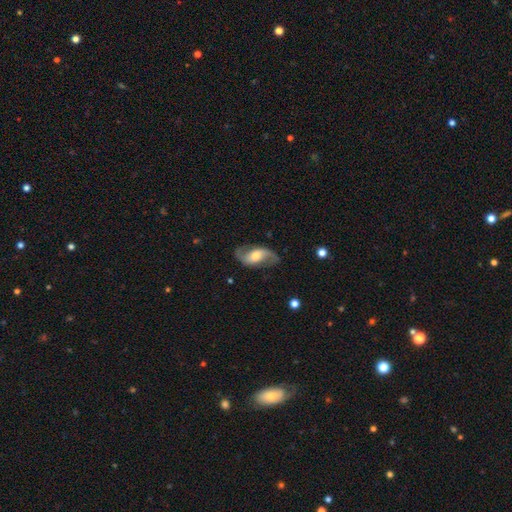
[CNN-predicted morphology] Smooth or featured?
  - featured or disk: 84% *
  - smooth: 11%
  - star or artifact: 5%
Edge-on disk?
  - no: 96% *
  - yes: 4%
Bar?
  - weak: 42% *
  - no: 38%
  - strong: 21%
Spiral arms?
  - yes: 95% *
  - no: 5%
Spiral winding?
  - loose: 59% *
  - medium: 33%
  - tight: 9%
Spiral arm count?
  - 2: 93% *
  - can't tell: 3%
  - 1: 2%
  - 3: 1%
  - 4: 1%
  - more than 4: 1%
Bulge size?
  - moderate: 58% *
  - small: 26%
  - large: 12%
  - none: 3%
  - dominant: 2%
Merging?
  - none: 79% *
  - minor disturbance: 13%
  - major disturbance: 7%
  - merger: 1%